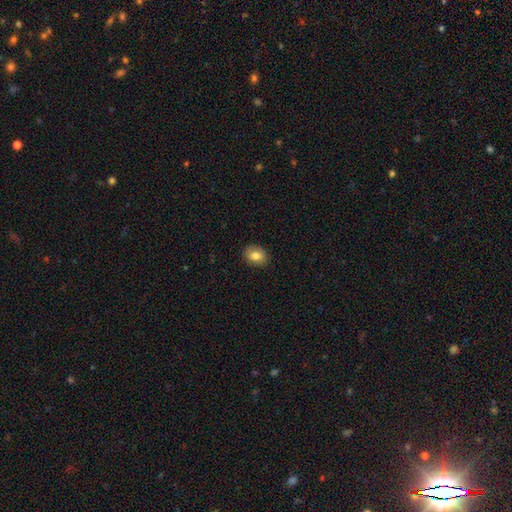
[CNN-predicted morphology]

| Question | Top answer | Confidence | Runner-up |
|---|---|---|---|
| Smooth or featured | smooth | 82% | featured or disk (9%) |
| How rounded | in between | 62% | round (37%) |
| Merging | none | 88% | minor disturbance (9%) |